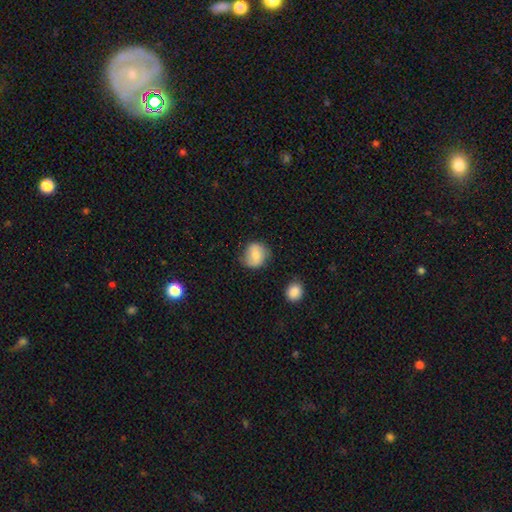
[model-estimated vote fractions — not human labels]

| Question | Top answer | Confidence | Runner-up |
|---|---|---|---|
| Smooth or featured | smooth | 75% | featured or disk (17%) |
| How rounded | round | 77% | in between (22%) |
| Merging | none | 70% | minor disturbance (22%) |